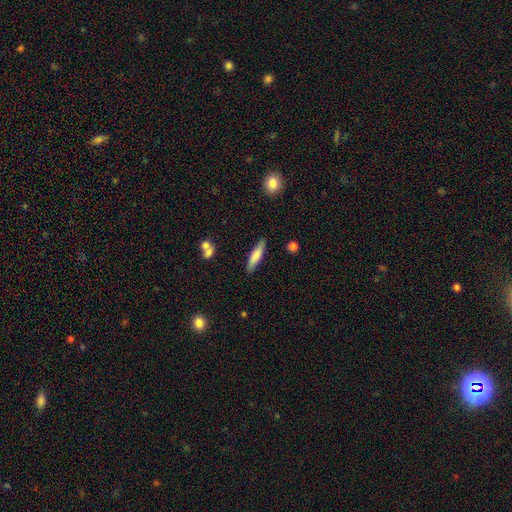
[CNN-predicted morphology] Smooth or featured: smooth — 74% (featured or disk — 20%)
How rounded: cigar-shaped — 77% (in between — 21%)
Merging: none — 85% (minor disturbance — 11%)